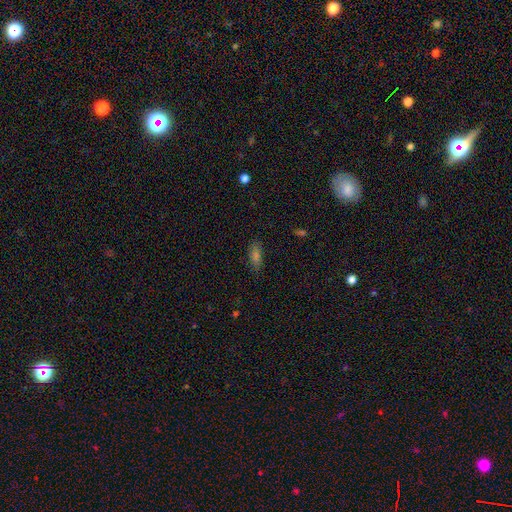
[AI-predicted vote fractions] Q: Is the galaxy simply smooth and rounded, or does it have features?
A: smooth — 66%.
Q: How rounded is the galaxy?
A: in between — 64%.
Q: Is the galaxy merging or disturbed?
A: none — 82%.